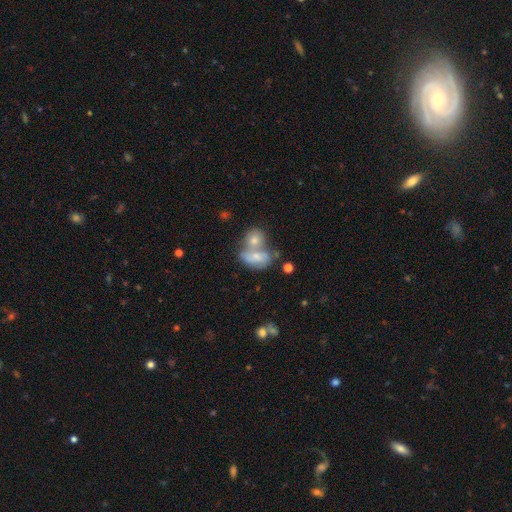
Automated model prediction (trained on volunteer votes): A smooth galaxy with no disk features (63%) that is in between round and cigar-shaped (75%).

Vote fractions:
- Smooth or featured? smooth: 63% / featured or disk: 29% / star or artifact: 9%
- How rounded? in between: 75% / round: 22% / cigar-shaped: 3%
- Merging? merger: 62% / none: 22% / minor disturbance: 10% / major disturbance: 6%